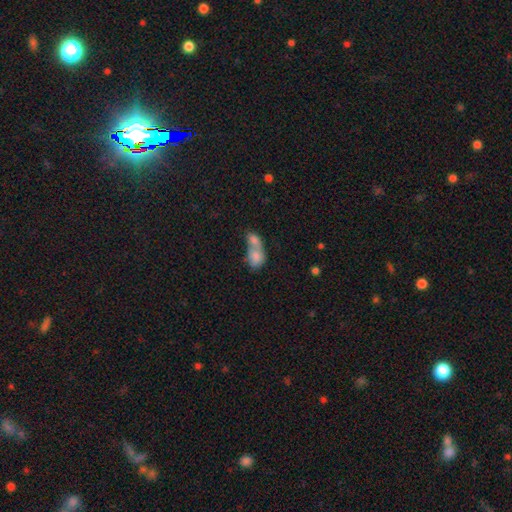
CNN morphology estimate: smooth 77%, featured or disk 15%, star or artifact 8%. Down the decision tree: how rounded — in between (65%); merging — merger (76%).